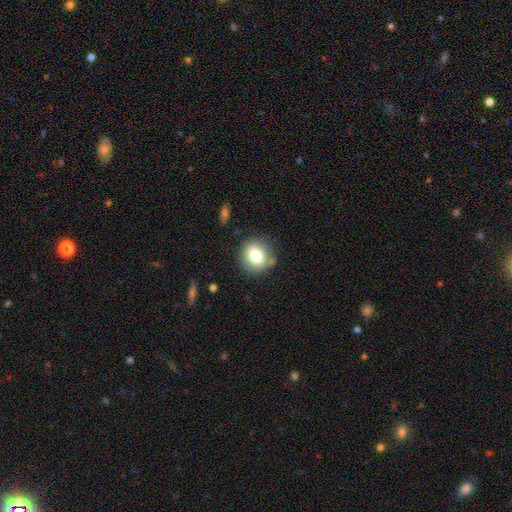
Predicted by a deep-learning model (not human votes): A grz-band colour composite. It shows a smooth galaxy with no disk features (75%) that is round (74%). Merging: none (81%).